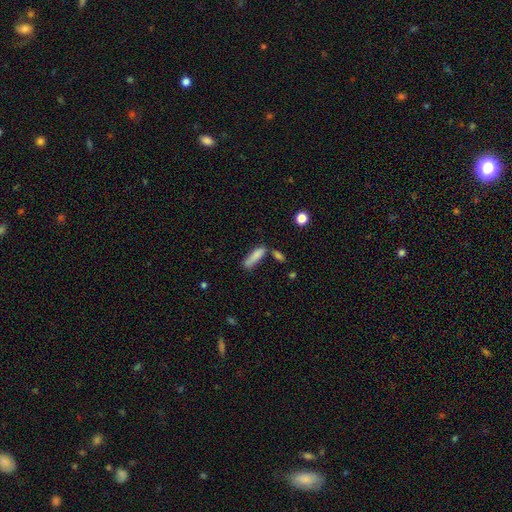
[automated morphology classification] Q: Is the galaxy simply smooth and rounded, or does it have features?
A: smooth — 80%.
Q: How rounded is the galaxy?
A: cigar-shaped — 68%.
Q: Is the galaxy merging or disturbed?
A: none — 50%.